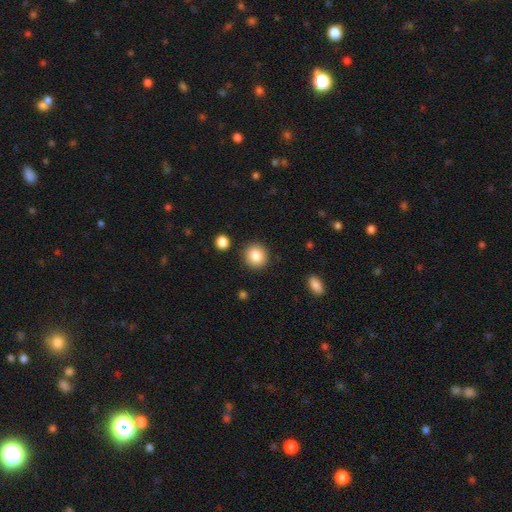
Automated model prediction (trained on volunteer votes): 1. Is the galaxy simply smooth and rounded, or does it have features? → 84% smooth, 9% star or artifact, 7% featured or disk.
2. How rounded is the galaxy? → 91% round, 8% in between, 1% cigar-shaped.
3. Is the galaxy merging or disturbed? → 90% none, 6% minor disturbance, 2% merger, 2% major disturbance.